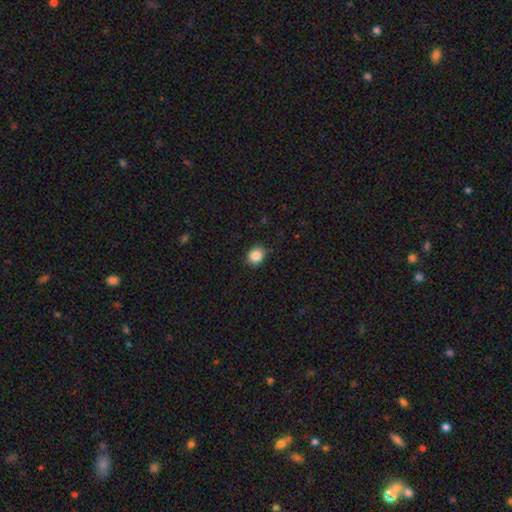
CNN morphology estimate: smooth 87%, star or artifact 9%, featured or disk 4%. Down the decision tree: how rounded — round (69%); merging — none (86%).